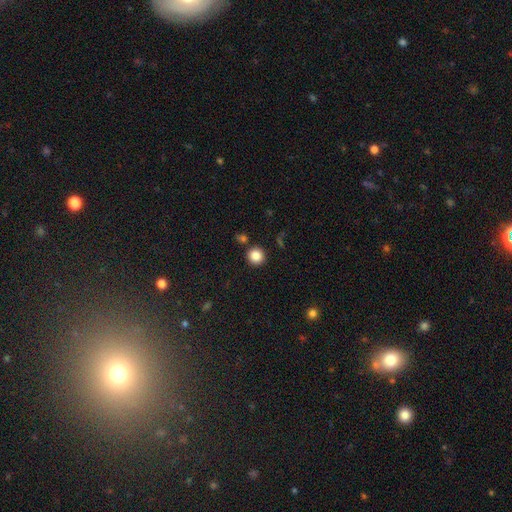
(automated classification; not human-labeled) smooth_or_featured: smooth (p=0.86) [alt: star or artifact p=0.10]
how_rounded: round (p=0.93) [alt: in between p=0.06]
merging: none (p=0.87) [alt: minor disturbance p=0.07]